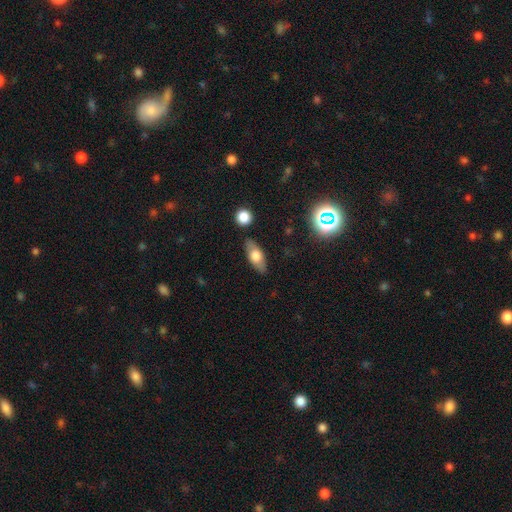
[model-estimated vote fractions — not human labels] A smooth galaxy with no disk features (61%) that is in between round and cigar-shaped (77%).

Vote fractions:
- Smooth or featured? smooth: 61% / featured or disk: 31% / star or artifact: 8%
- How rounded? in between: 77% / cigar-shaped: 18% / round: 6%
- Merging? none: 83% / minor disturbance: 11% / merger: 3% / major disturbance: 3%